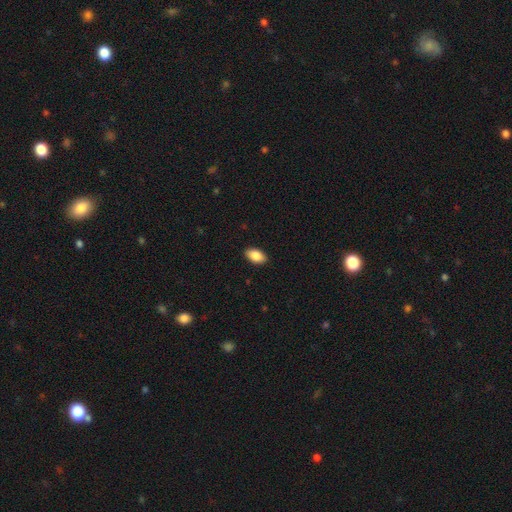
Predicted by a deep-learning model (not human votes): Morphology: type=smooth (87%); roundness=in between (94%); merging=none (90%).